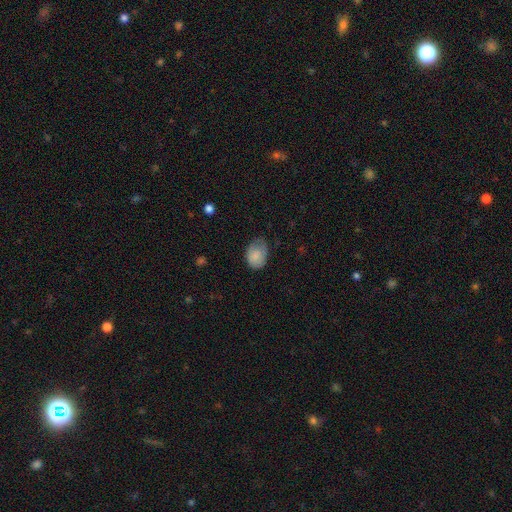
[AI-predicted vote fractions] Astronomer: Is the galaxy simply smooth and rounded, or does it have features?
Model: smooth — 83%.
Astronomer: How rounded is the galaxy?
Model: in between — 76%.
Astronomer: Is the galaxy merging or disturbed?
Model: none — 51% (runner-up: minor disturbance, 36%).